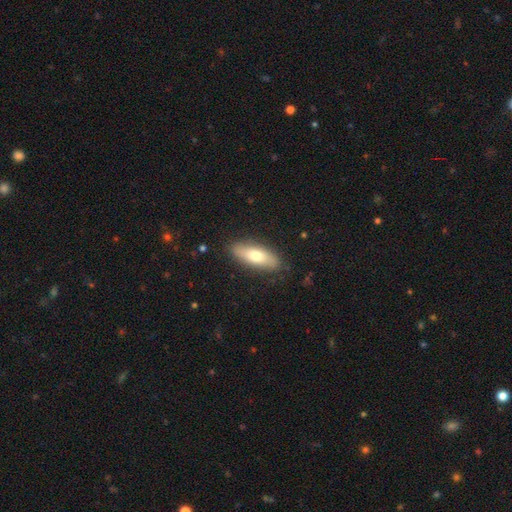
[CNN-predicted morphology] This is likely a smooth galaxy (69%). How rounded: likely in between (66%). Merging: clearly none (86%).